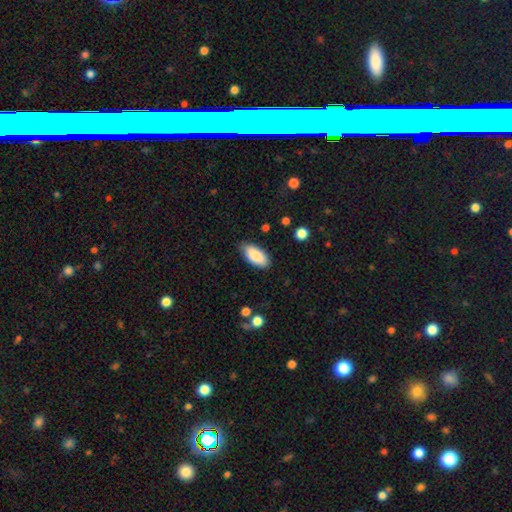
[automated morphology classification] This is clearly a smooth galaxy (87%). How rounded: clearly in between (91%). Merging: clearly none (81%).